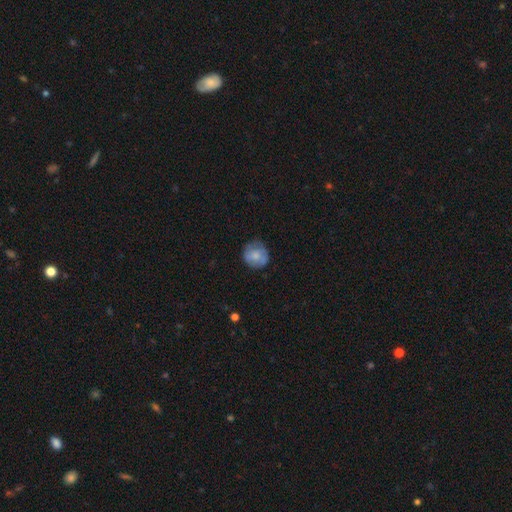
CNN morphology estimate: Overall: smooth (71%). How rounded: round (85%). Merging: none (71%).